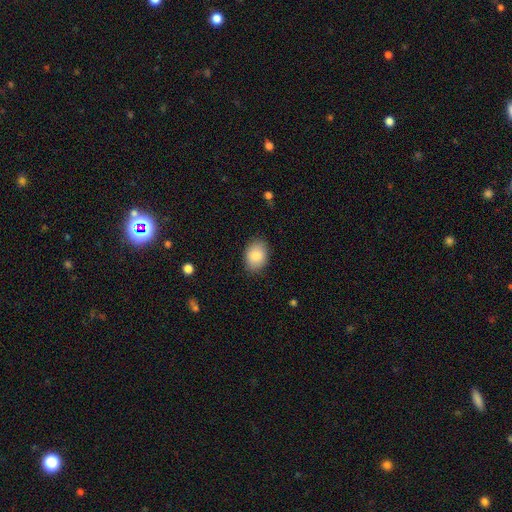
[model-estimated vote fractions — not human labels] Smooth or featured? smooth (84%)
How rounded? in between (73%)
Merging? none (86%)